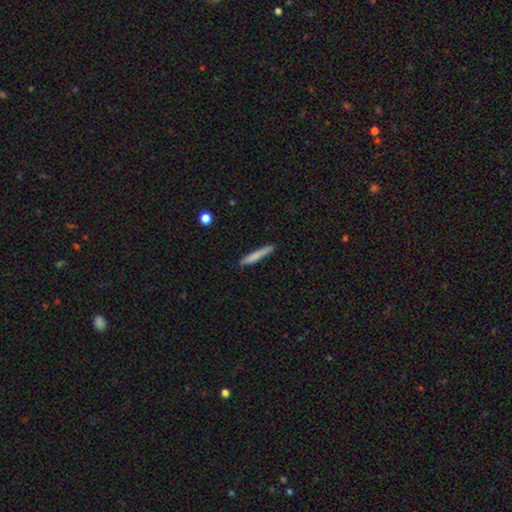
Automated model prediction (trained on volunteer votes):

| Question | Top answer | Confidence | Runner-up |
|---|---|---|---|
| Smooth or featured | smooth | 75% | featured or disk (19%) |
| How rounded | cigar-shaped | 95% | in between (4%) |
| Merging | none | 84% | minor disturbance (13%) |